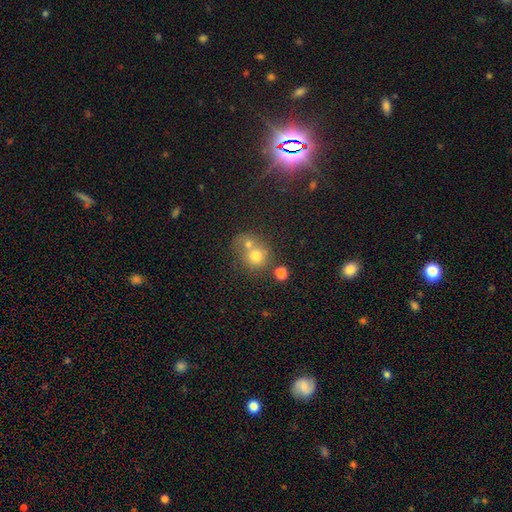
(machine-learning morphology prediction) A smooth galaxy with no disk features (71%) that is round (80%). Merging: merger (51%).